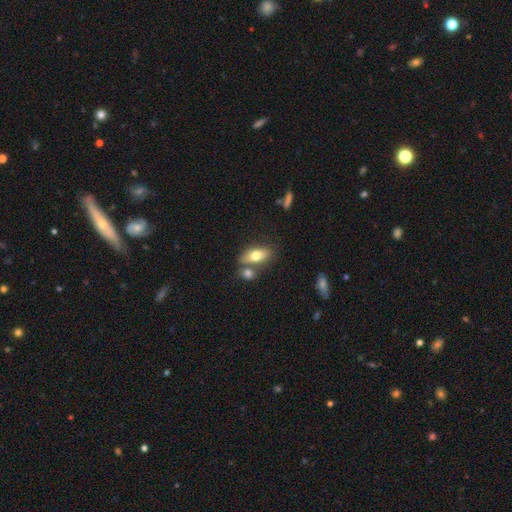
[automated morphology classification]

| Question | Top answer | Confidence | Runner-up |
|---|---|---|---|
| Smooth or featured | smooth | 70% | featured or disk (23%) |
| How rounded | in between | 80% | cigar-shaped (15%) |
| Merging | none | 57% | merger (27%) |